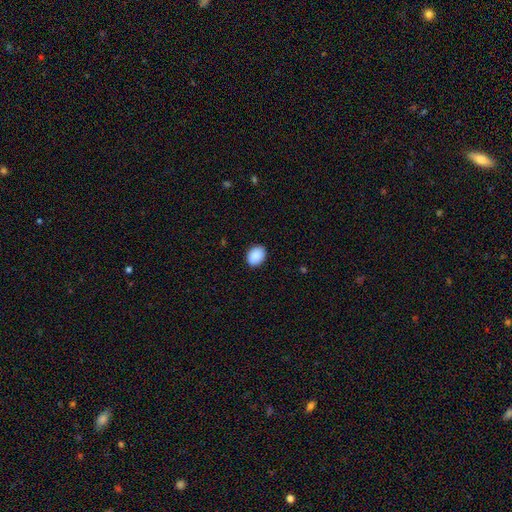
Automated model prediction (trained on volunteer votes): Smooth or featured? smooth (91%)
How rounded? in between (69%)
Merging? none (89%)